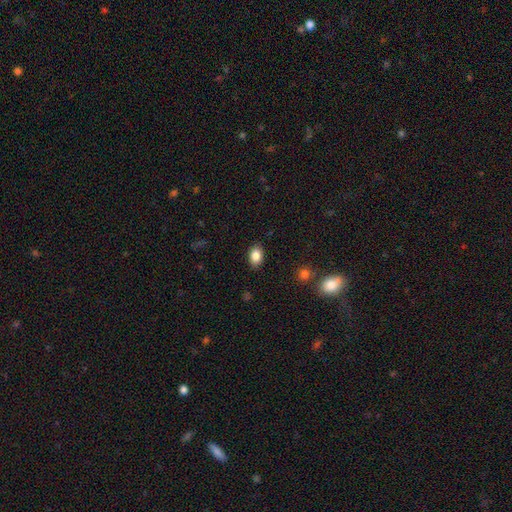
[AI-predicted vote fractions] smooth_or_featured: smooth (p=0.86) [alt: star or artifact p=0.09]
how_rounded: in between (p=0.82) [alt: round p=0.17]
merging: none (p=0.88) [alt: minor disturbance p=0.09]